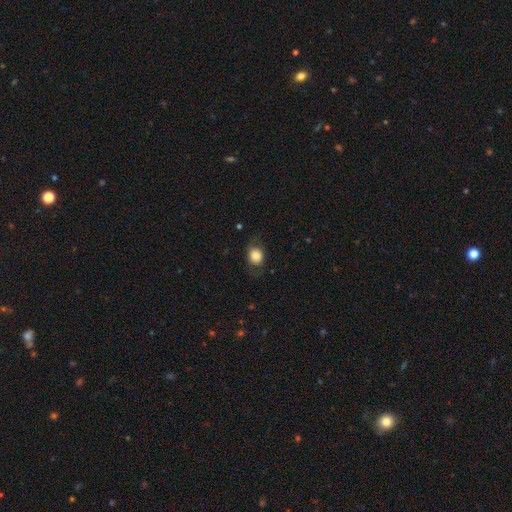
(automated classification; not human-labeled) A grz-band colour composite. It shows a smooth galaxy with no disk features (78%) that is round (65%). Merging: none (74%).